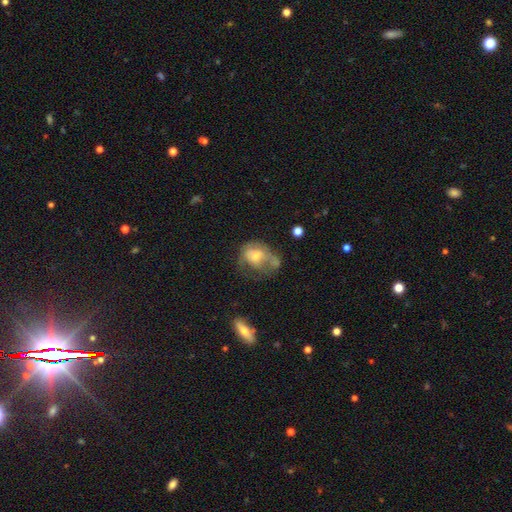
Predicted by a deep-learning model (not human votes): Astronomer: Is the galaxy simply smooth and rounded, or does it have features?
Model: smooth — 46% (runner-up: featured or disk, 44%).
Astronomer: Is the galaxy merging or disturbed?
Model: major disturbance — 34% (runner-up: none, 28%).